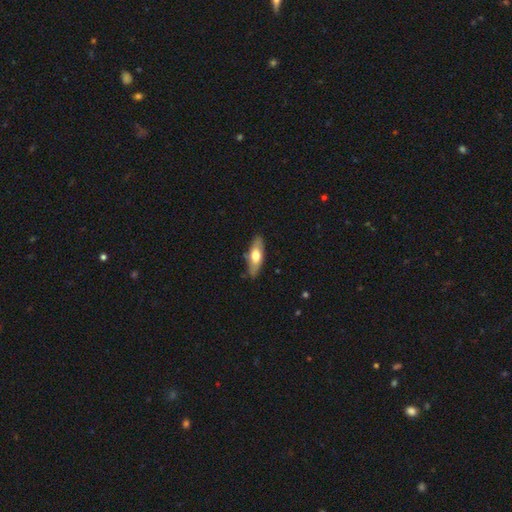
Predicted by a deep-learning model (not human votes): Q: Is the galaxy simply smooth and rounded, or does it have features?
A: smooth — 58%.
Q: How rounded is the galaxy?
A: in between — 61%.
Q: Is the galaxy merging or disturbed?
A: none — 80%.